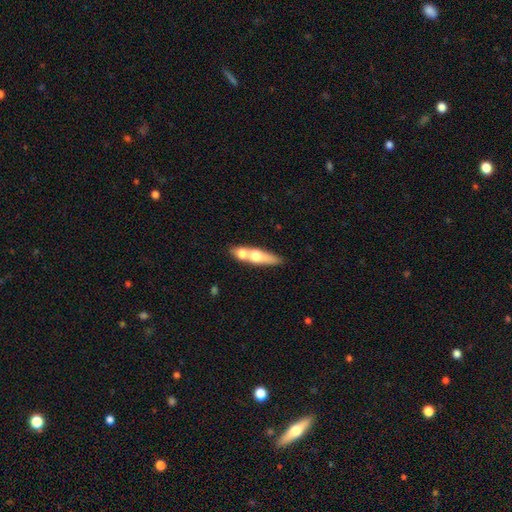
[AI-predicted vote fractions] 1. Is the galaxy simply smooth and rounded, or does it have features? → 52% smooth, 41% featured or disk, 7% star or artifact.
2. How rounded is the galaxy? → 62% cigar-shaped, 30% in between, 8% round.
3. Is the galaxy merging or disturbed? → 51% merger, 33% none, 10% minor disturbance, 5% major disturbance.